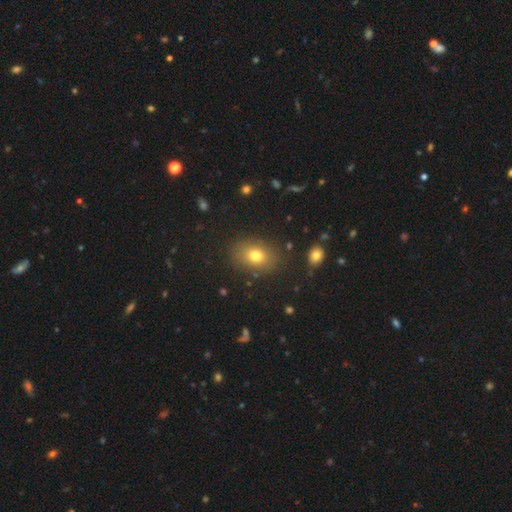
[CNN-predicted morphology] This is likely a smooth galaxy (76%). How rounded: likely in between (69%). Merging: clearly none (84%).